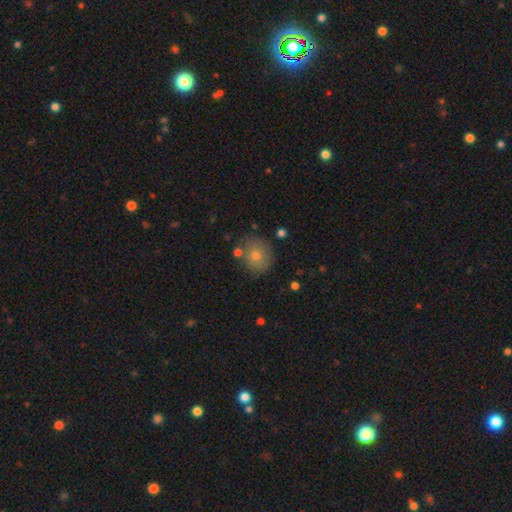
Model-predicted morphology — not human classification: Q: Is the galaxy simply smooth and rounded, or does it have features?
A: smooth — 71%.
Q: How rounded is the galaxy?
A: round — 83%.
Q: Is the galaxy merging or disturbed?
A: none — 79%.